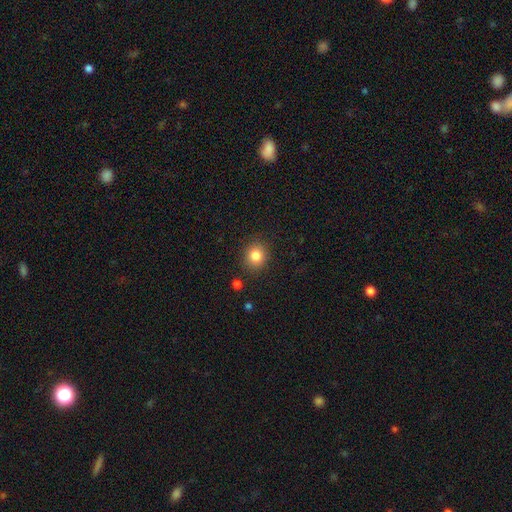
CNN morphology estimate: This is clearly a smooth galaxy (84%). How rounded: likely round (79%). Merging: clearly none (87%).